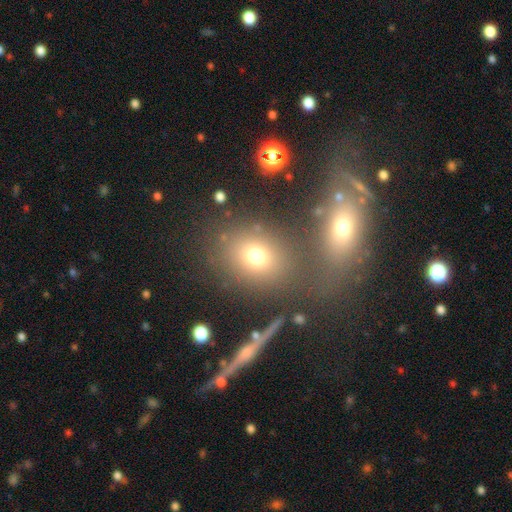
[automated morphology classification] type=smooth (58%); roundness=in between (52%); merging=none (60%).